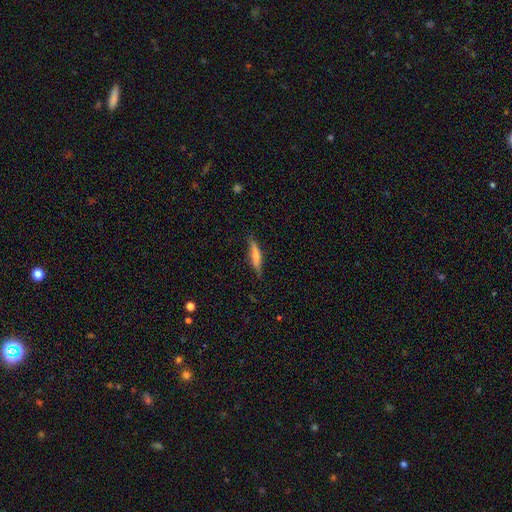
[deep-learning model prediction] smooth 54%, featured or disk 39%, star or artifact 7%. Down the decision tree: how rounded — cigar-shaped (86%); merging — none (83%).